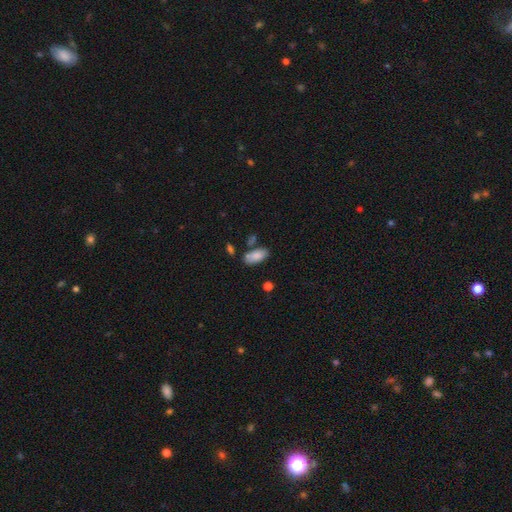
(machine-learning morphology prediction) Smooth or featured: smooth — 84% (featured or disk — 9%)
How rounded: in between — 91% (cigar-shaped — 7%)
Merging: none — 68% (minor disturbance — 17%)